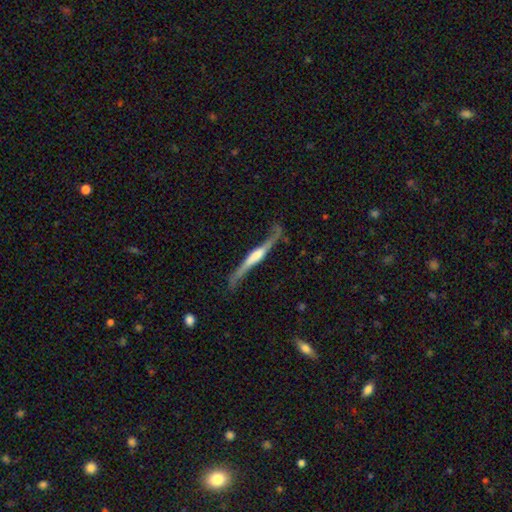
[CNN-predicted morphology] Smooth or featured? Predicted: featured or disk (p=0.81). Edge-on disk? Predicted: yes (p=0.81). Edge-on bulge? Predicted: rounded (p=0.55). Merging? Predicted: none (p=0.61).